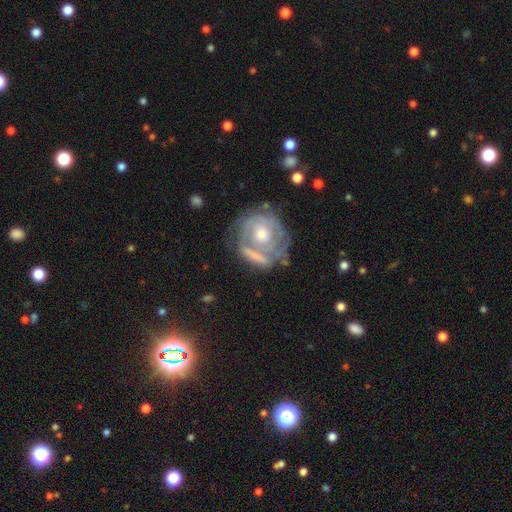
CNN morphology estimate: Q: Smooth or featured?
A: featured or disk (66%); runner-up: smooth (28%)
Q: Edge-on disk?
A: no (94%); runner-up: yes (6%)
Q: Bar?
A: no (73%); runner-up: weak (20%)
Q: Spiral arms?
A: yes (70%); runner-up: no (30%)
Q: Bulge size?
A: moderate (58%); runner-up: small (27%)
Q: Merging?
A: none (49%); runner-up: merger (20%)